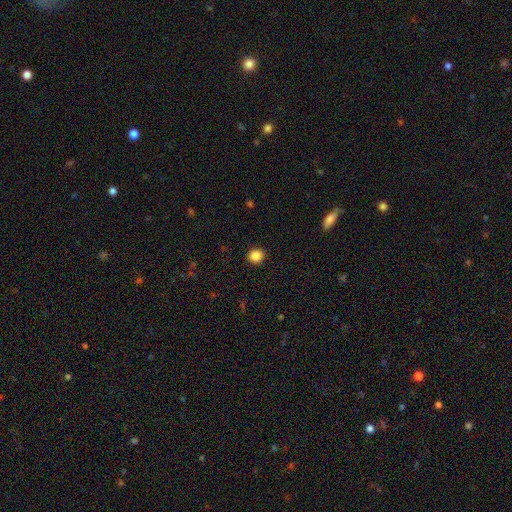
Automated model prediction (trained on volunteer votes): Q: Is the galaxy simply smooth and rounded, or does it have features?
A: smooth — 86%.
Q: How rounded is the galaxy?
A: round — 90%.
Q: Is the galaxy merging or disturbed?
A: none — 93%.